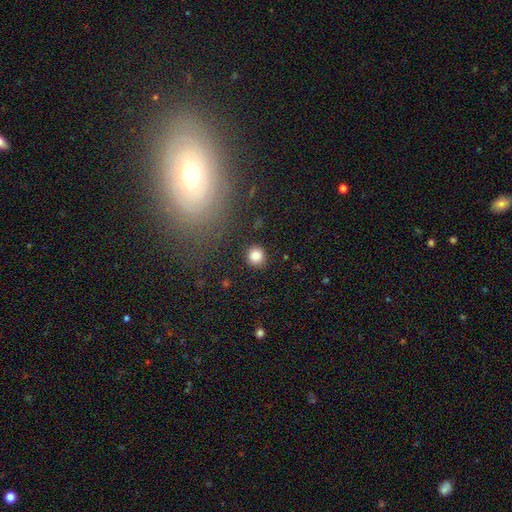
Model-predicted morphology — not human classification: Smooth or featured? Predicted: smooth (p=0.85). How rounded? Predicted: round (p=0.91). Merging? Predicted: none (p=0.90).